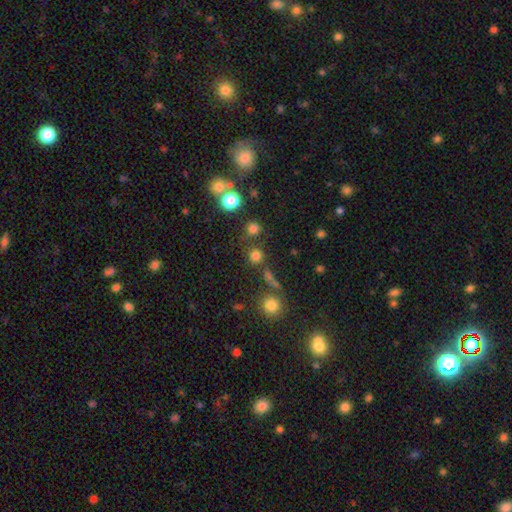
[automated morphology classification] Smooth or featured? Predicted: smooth (p=0.74). How rounded? Predicted: round (p=0.90). Merging? Predicted: none (p=0.73).